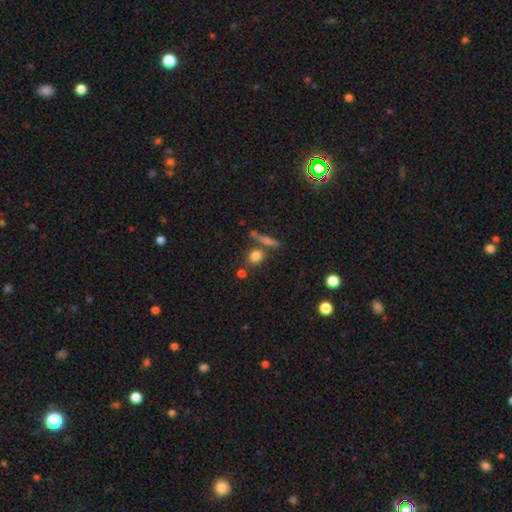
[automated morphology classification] Smooth or featured? Predicted: smooth (p=0.79). How rounded? Predicted: round (p=0.68). Merging? Predicted: none (p=0.69).